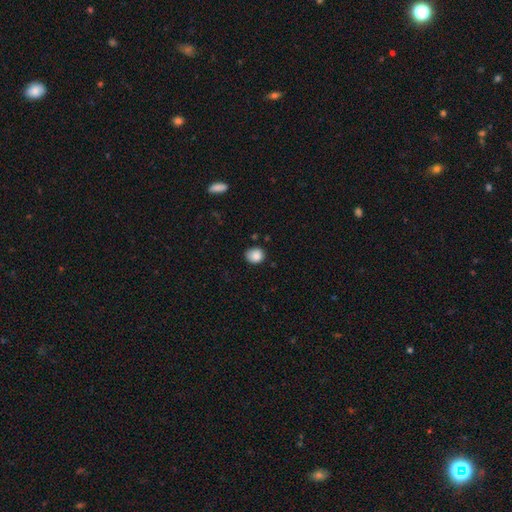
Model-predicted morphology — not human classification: smooth-or-featured: smooth: 87% | star or artifact: 9% | featured or disk: 4%
  how-rounded: round: 73% | in between: 26% | cigar-shaped: 1%
  merging: none: 73% | minor disturbance: 21% | major disturbance: 4% | merger: 2%